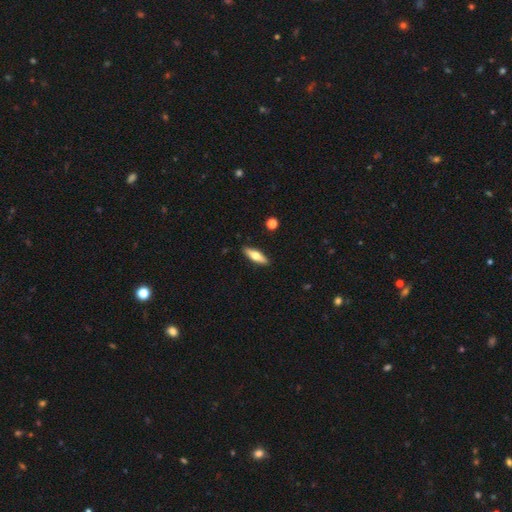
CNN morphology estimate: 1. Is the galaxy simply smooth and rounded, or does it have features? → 56% smooth, 38% featured or disk, 6% star or artifact.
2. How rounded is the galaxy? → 57% cigar-shaped, 41% in between, 2% round.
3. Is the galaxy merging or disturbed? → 90% none, 7% minor disturbance, 2% major disturbance, 1% merger.